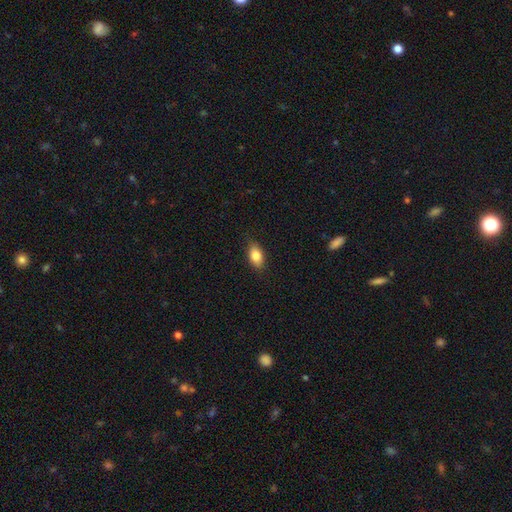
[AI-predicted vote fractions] smooth 83%, featured or disk 9%, star or artifact 8%. Down the decision tree: how rounded — in between (87%); merging — none (84%).